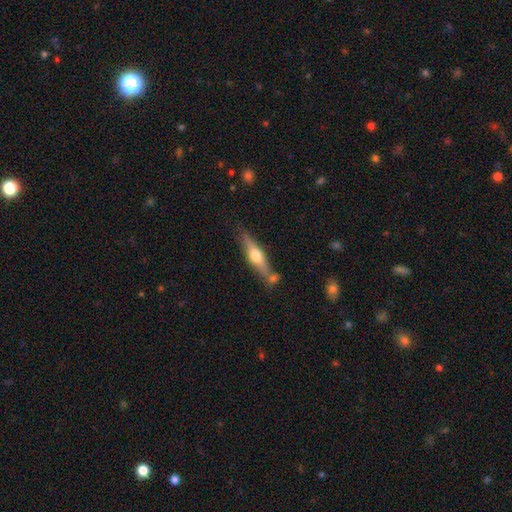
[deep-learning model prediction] Smooth or featured?
  - featured or disk: 56% *
  - smooth: 38%
  - star or artifact: 6%
Edge-on disk?
  - yes: 93% *
  - no: 7%
Edge-on bulge?
  - rounded: 93% *
  - boxy: 4%
  - none: 3%
Merging?
  - none: 70% *
  - minor disturbance: 14%
  - merger: 13%
  - major disturbance: 3%